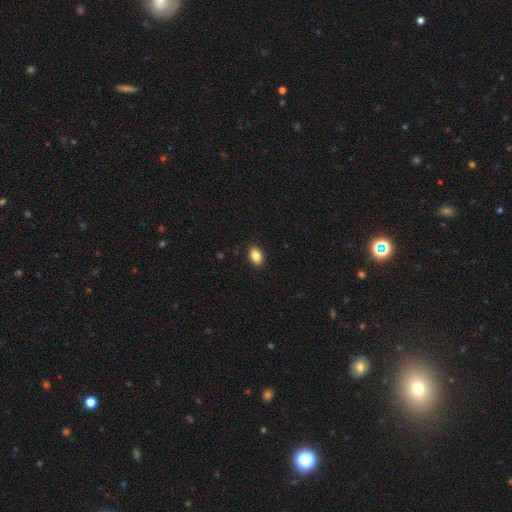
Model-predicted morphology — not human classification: Smooth or featured?
  - smooth: 86% *
  - star or artifact: 8%
  - featured or disk: 5%
How rounded?
  - in between: 84% *
  - round: 15%
  - cigar-shaped: 1%
Merging?
  - none: 90% *
  - minor disturbance: 7%
  - major disturbance: 2%
  - merger: 1%